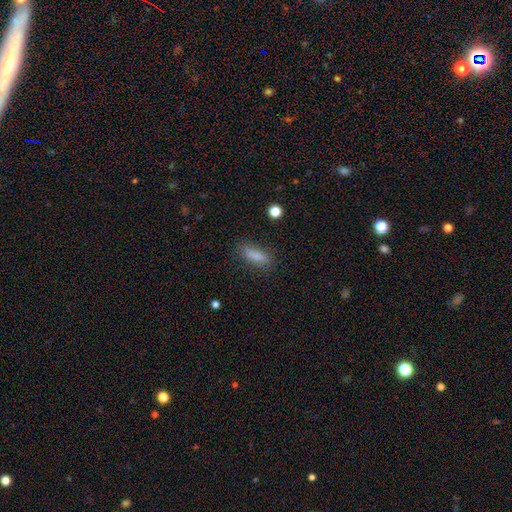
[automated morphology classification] smooth_or_featured: smooth (p=0.81) [alt: featured or disk p=0.10]
how_rounded: in between (p=0.50) [alt: cigar-shaped p=0.47]
merging: none (p=0.81) [alt: minor disturbance p=0.13]